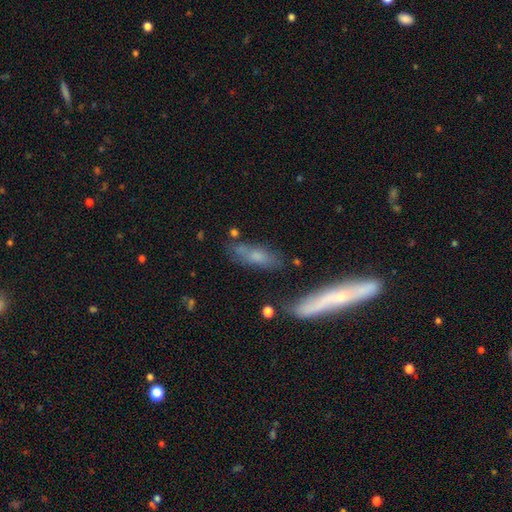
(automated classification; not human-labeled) Overall: smooth (59%; featured or disk 31%). How rounded: cigar-shaped (49%; in between 47%). Merging: none (60%; minor disturbance 21%).